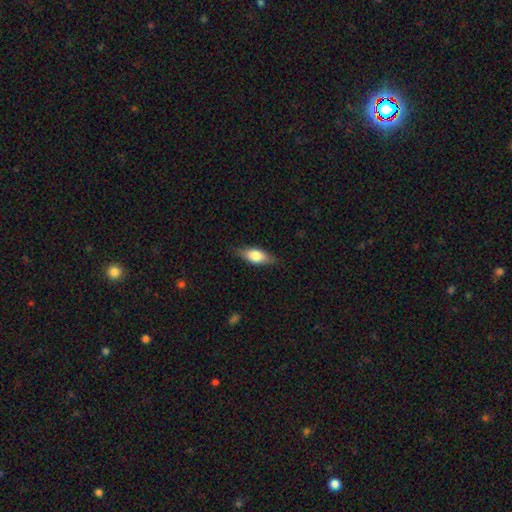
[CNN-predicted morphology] This appears to be a smooth galaxy with no disk features (69%) that is in between round and cigar-shaped (77%). Merging: none (81%).